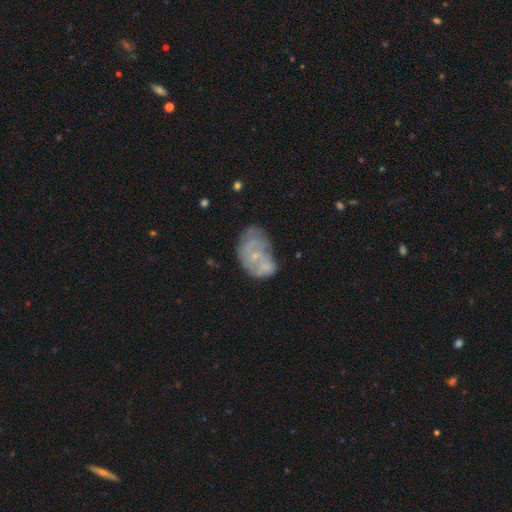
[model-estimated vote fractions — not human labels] Smooth or featured: featured or disk — 62% (smooth — 29%)
Edge-on disk: no — 97% (yes — 3%)
Bar: no — 78% (weak — 18%)
Spiral arms: no — 52% (yes — 48%)
Bulge size: small — 67% (none — 16%)
Merging: none — 35% (merger — 24%)